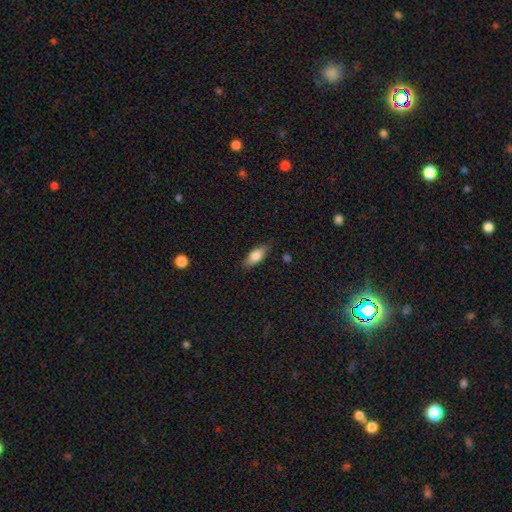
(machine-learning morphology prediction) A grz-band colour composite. It shows a smooth galaxy with no disk features (77%) that is in between round and cigar-shaped (77%). Merging: none (80%).